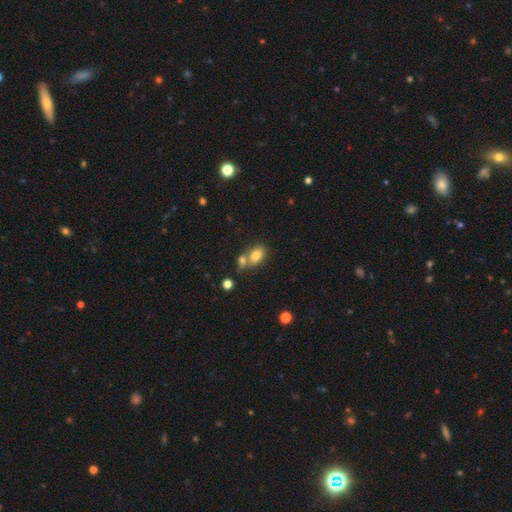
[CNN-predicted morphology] Overall: smooth (79%). How rounded: in between (77%). Merging: merger (44%; none 41%).